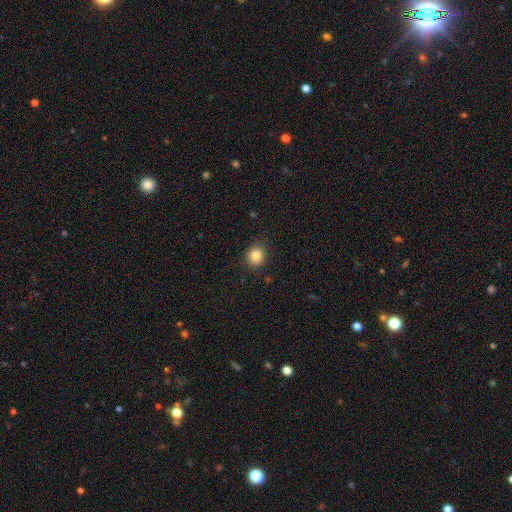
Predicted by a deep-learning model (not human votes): Smooth or featured? smooth (83%)
How rounded? round (78%)
Merging? none (86%)